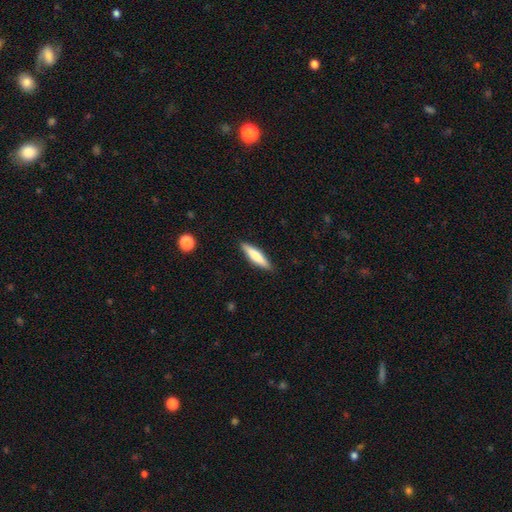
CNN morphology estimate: Smooth or featured? Predicted: smooth (p=0.68). How rounded? Predicted: cigar-shaped (p=0.78). Merging? Predicted: none (p=0.89).